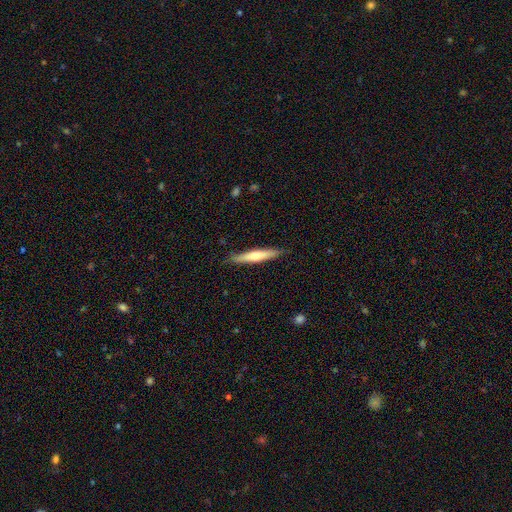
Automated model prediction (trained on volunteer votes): smooth_or_featured: smooth (p=0.55) [alt: featured or disk p=0.39]
how_rounded: cigar-shaped (p=0.90) [alt: in between p=0.09]
merging: none (p=0.87) [alt: minor disturbance p=0.10]